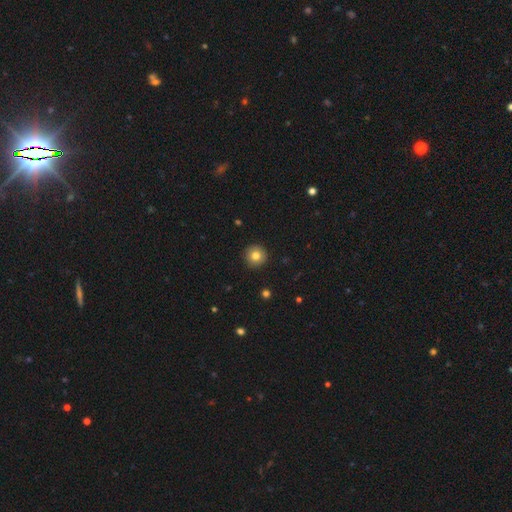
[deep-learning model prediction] Morphology: type=smooth (81%); roundness=round (96%); merging=none (92%).